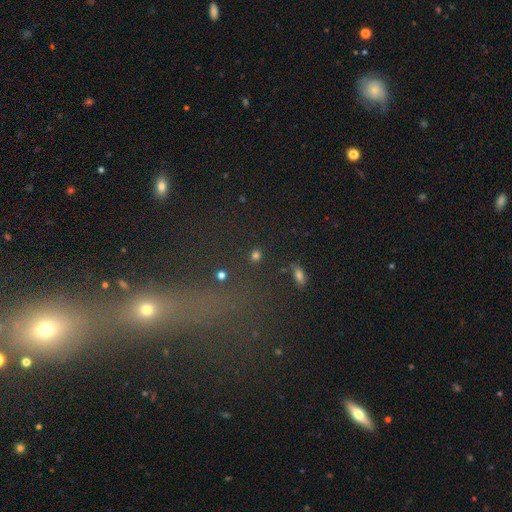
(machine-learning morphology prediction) Smooth or featured: smooth — 71% (star or artifact — 21%)
How rounded: round — 70% (in between — 26%)
Merging: none — 83% (minor disturbance — 8%)